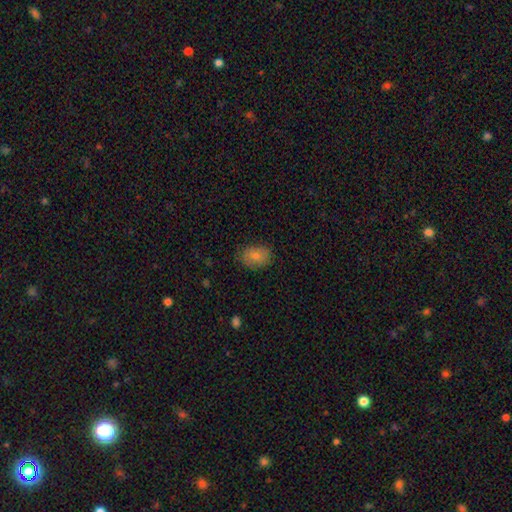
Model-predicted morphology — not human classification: Smooth or featured?
  - smooth: 81% *
  - featured or disk: 12%
  - star or artifact: 8%
How rounded?
  - in between: 72% *
  - round: 27%
  - cigar-shaped: 1%
Merging?
  - none: 79% *
  - minor disturbance: 16%
  - major disturbance: 4%
  - merger: 1%